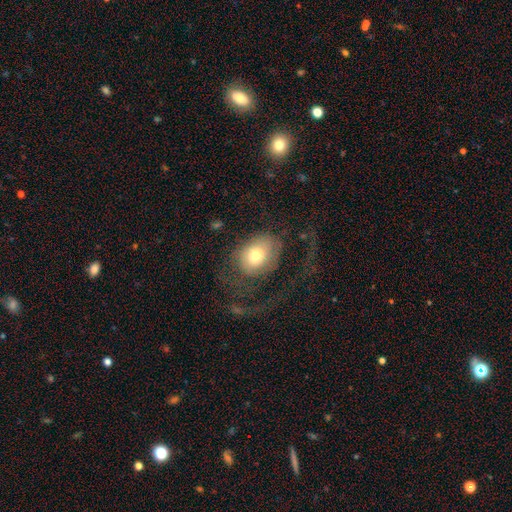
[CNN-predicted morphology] This appears to be a smooth galaxy with no disk features (60%) that is in between round and cigar-shaped (61%). Merging: major disturbance (47%).